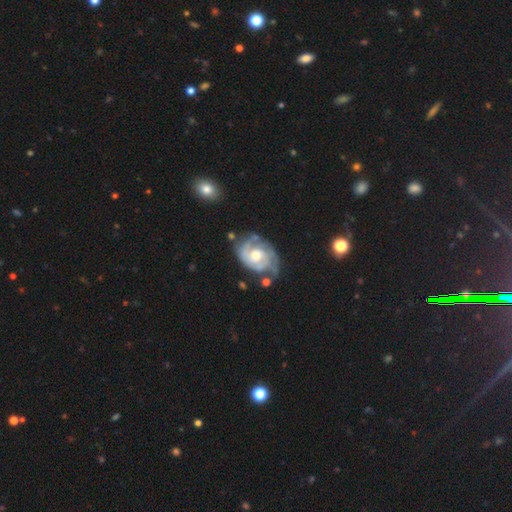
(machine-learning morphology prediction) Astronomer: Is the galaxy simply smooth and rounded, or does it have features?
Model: featured or disk — 85%.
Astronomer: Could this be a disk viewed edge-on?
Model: no — 97%.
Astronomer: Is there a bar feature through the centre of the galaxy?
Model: no — 69%.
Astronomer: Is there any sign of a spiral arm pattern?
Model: yes — 94%.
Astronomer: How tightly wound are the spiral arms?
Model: tight — 57% (runner-up: medium, 34%).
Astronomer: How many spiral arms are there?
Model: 2 — 38% (runner-up: can't tell, 25%).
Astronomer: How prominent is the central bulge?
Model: moderate — 65%.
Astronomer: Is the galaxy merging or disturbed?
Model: none — 56%.